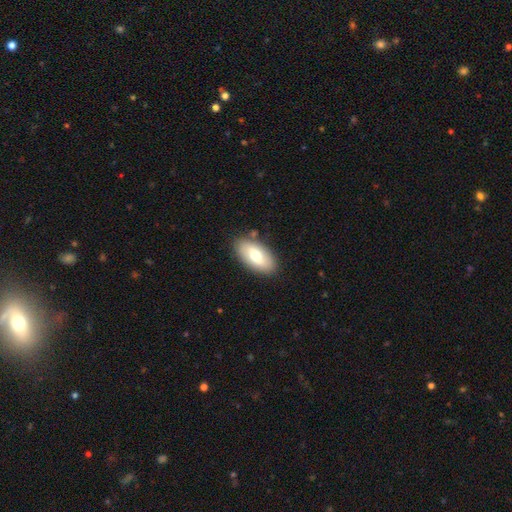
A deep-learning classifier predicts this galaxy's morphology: This appears to be a smooth galaxy with no disk features (65%) that is in between round and cigar-shaped (93%). Merging: none (85%).